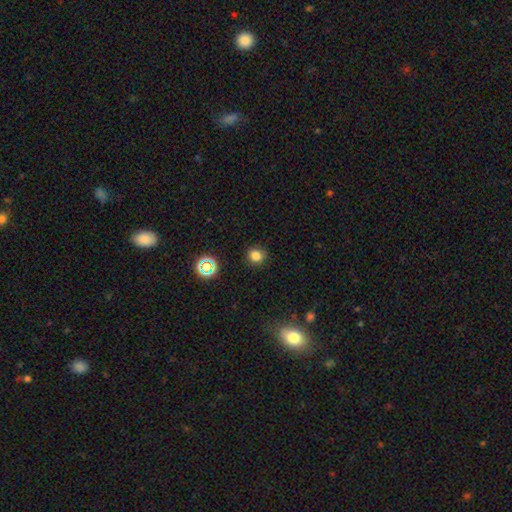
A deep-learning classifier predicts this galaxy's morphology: A smooth galaxy with no disk features (78%) that is round (84%). Merging: none (87%).